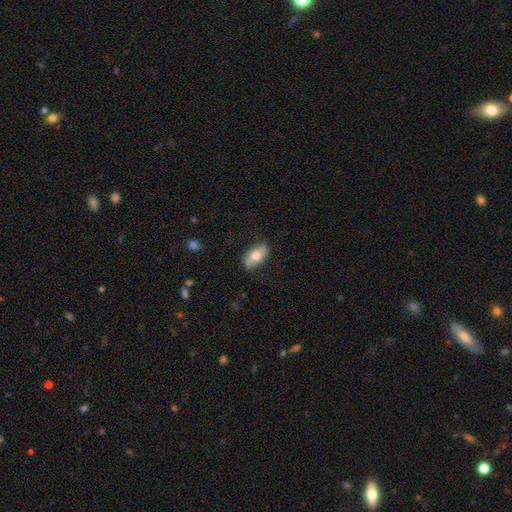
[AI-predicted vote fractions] smooth_or_featured: smooth (p=0.62) [alt: featured or disk p=0.32]
how_rounded: in between (p=0.90) [alt: round p=0.05]
merging: none (p=0.81) [alt: minor disturbance p=0.15]